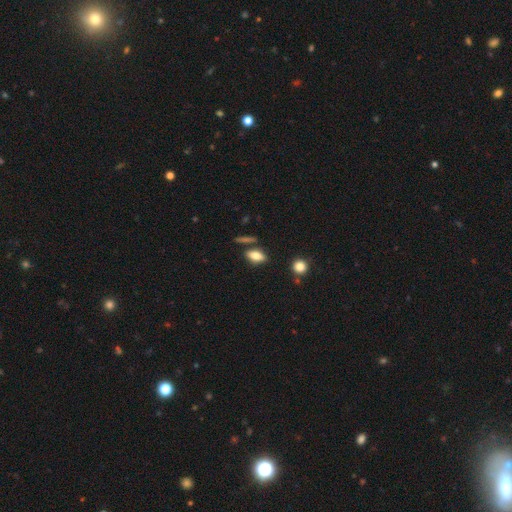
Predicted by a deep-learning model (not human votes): This is likely a smooth galaxy (75%). How rounded: clearly in between (80%). Merging: likely none (74%).